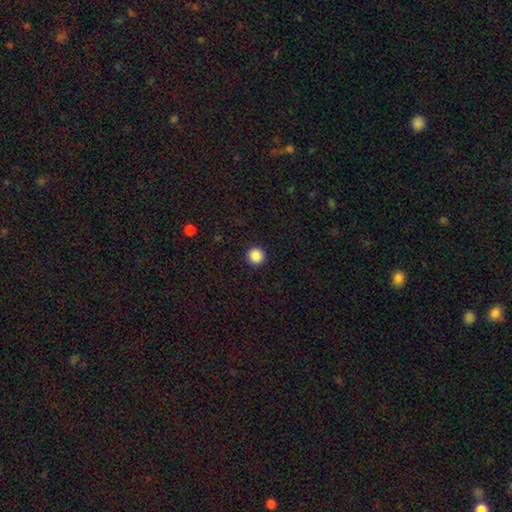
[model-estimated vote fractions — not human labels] The model was most divided on "smooth or featured": smooth: 88%, star or artifact: 10%, featured or disk: 2%. More confident: how rounded — round (96%); merging — none (93%).